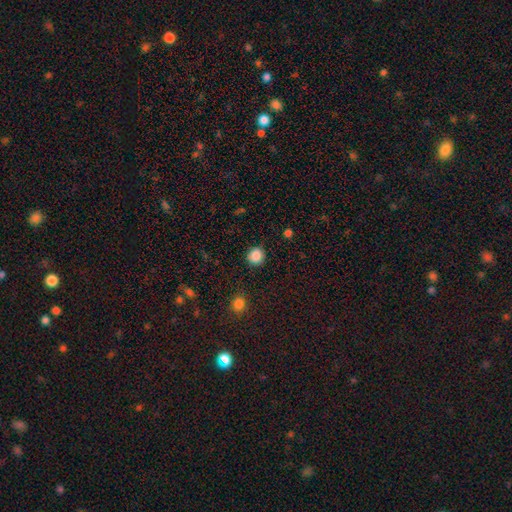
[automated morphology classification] Q: Smooth or featured?
A: smooth (87%); runner-up: star or artifact (10%)
Q: How rounded?
A: round (92%); runner-up: in between (7%)
Q: Merging?
A: none (89%); runner-up: minor disturbance (8%)